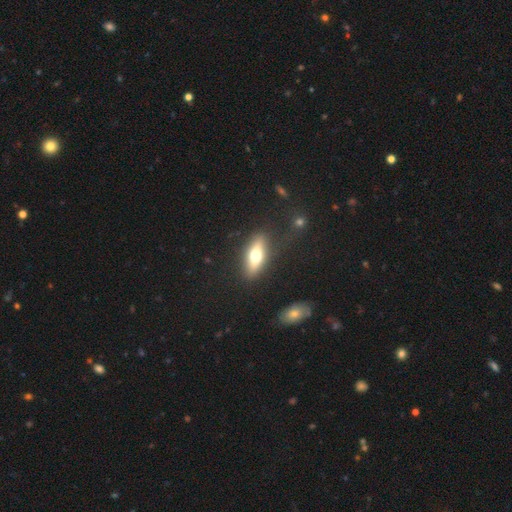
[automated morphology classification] Smooth or featured?
  - smooth: 57% *
  - featured or disk: 36%
  - star or artifact: 7%
How rounded?
  - in between: 61% *
  - cigar-shaped: 35%
  - round: 4%
Merging?
  - none: 82% *
  - minor disturbance: 12%
  - major disturbance: 4%
  - merger: 2%